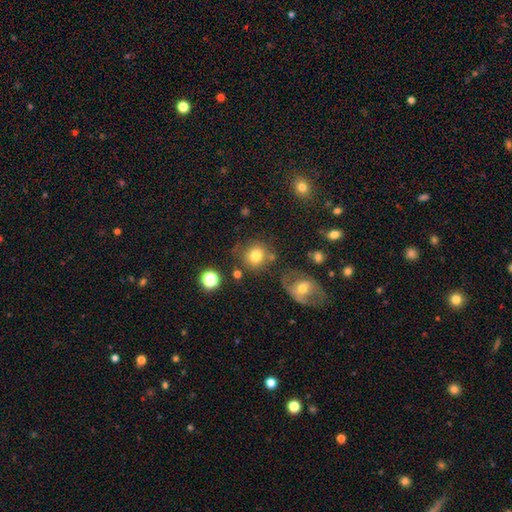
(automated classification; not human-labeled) smooth 76%, featured or disk 12%, star or artifact 12%. Down the decision tree: how rounded — round (85%); merging — none (67%).